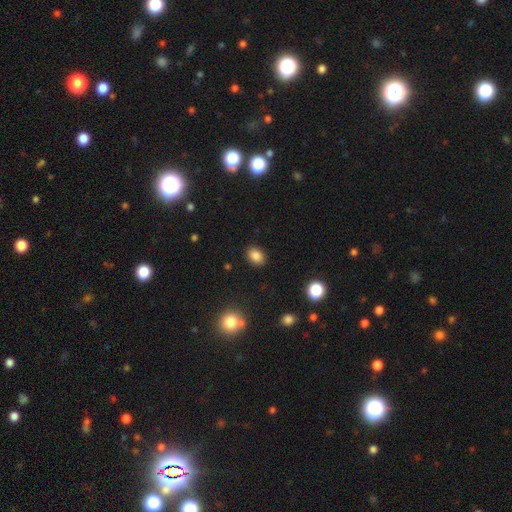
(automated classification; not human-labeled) The model was most divided on "how rounded": in between: 72%, round: 27%, cigar-shaped: 1%. More confident: merging — none (88%); smooth or featured — smooth (85%).